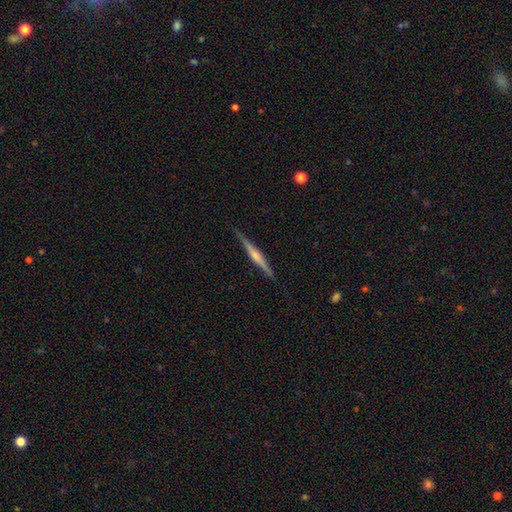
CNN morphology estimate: smooth_or_featured: featured or disk (p=0.71) [alt: smooth p=0.23]
disk_edge_on: yes (p=0.98) [alt: no p=0.02]
edge_on_bulge: rounded (p=0.65) [alt: none p=0.18]
merging: none (p=0.88) [alt: minor disturbance p=0.09]